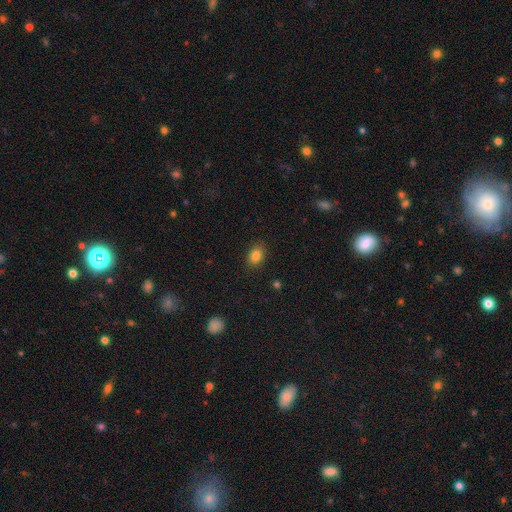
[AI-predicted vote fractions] This appears to be a smooth galaxy with no disk features (84%) that is in between round and cigar-shaped (75%). Merging: none (86%).